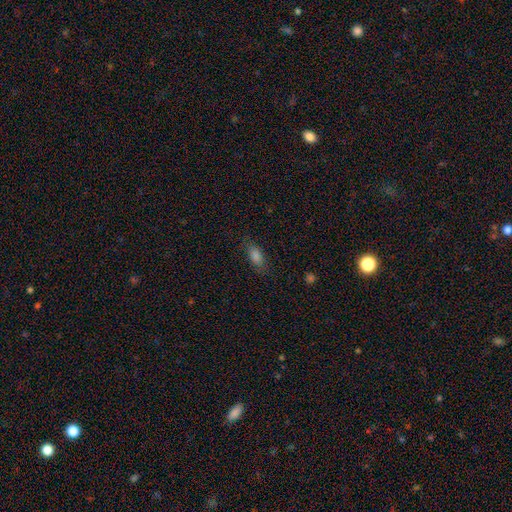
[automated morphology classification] Smooth or featured: smooth — 76% (featured or disk — 12%)
How rounded: in between — 78% (cigar-shaped — 17%)
Merging: none — 80% (minor disturbance — 15%)